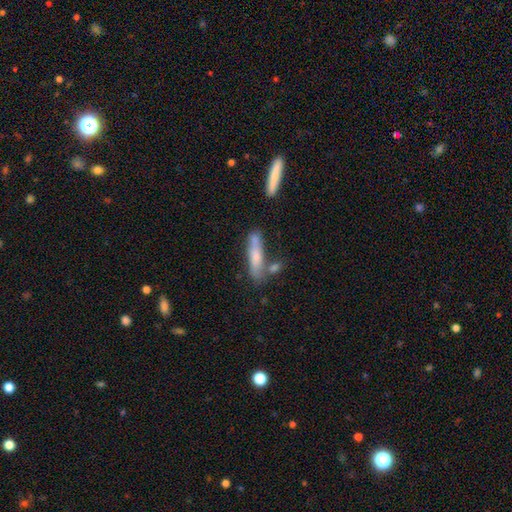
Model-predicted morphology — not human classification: smooth 57%, featured or disk 36%, star or artifact 7%. Down the decision tree: how rounded — cigar-shaped (83%); merging — none (62%).